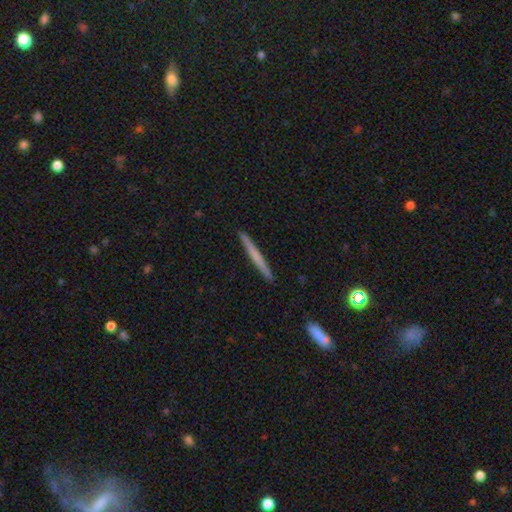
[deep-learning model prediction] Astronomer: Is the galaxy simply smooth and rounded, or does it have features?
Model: smooth — 53% (runner-up: featured or disk, 41%).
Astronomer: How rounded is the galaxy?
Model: cigar-shaped — 97%.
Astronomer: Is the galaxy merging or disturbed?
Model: none — 92%.